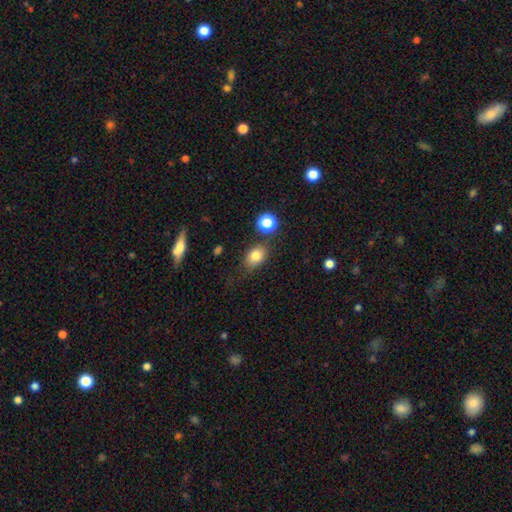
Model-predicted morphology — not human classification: This is clearly a smooth galaxy (80%). How rounded: likely in between (65%). Merging: likely none (71%).